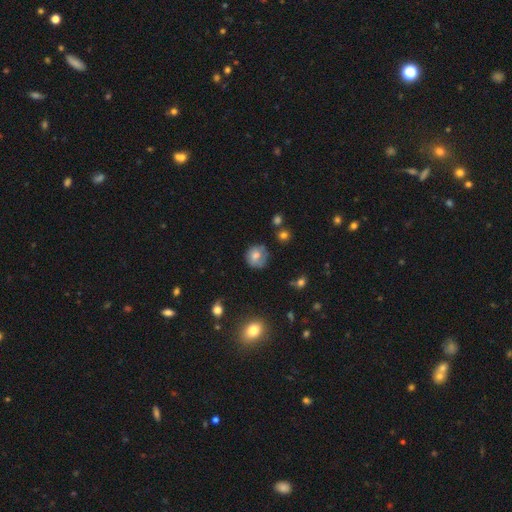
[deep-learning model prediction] smooth_or_featured: smooth (p=0.70) [alt: featured or disk p=0.20]
how_rounded: round (p=0.85) [alt: in between p=0.14]
merging: none (p=0.69) [alt: minor disturbance p=0.22]